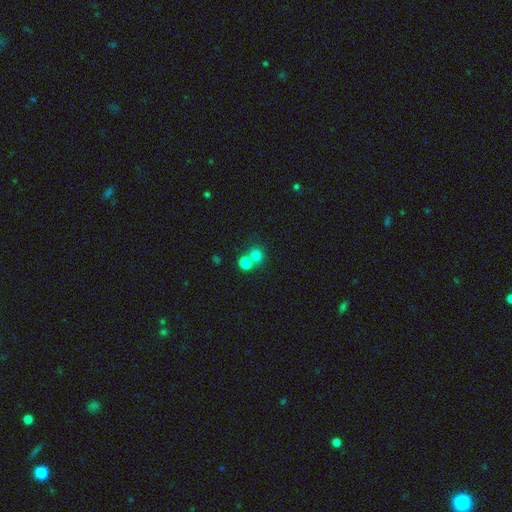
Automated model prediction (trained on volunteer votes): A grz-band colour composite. It shows a smooth galaxy with no disk features (78%) that is round (76%). Merging: merger (48%).